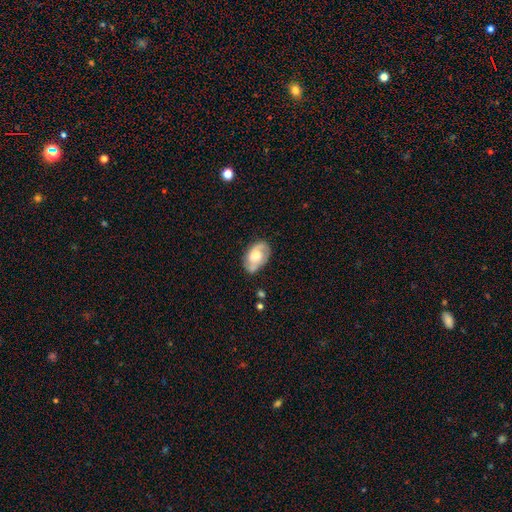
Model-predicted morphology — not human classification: Q: Smooth or featured?
A: featured or disk (58%); runner-up: smooth (35%)
Q: Edge-on disk?
A: no (95%); runner-up: yes (5%)
Q: Bar?
A: no (67%); runner-up: weak (28%)
Q: Spiral arms?
A: yes (81%); runner-up: no (19%)
Q: Bulge size?
A: moderate (49%); runner-up: large (28%)
Q: Merging?
A: none (69%); runner-up: minor disturbance (22%)